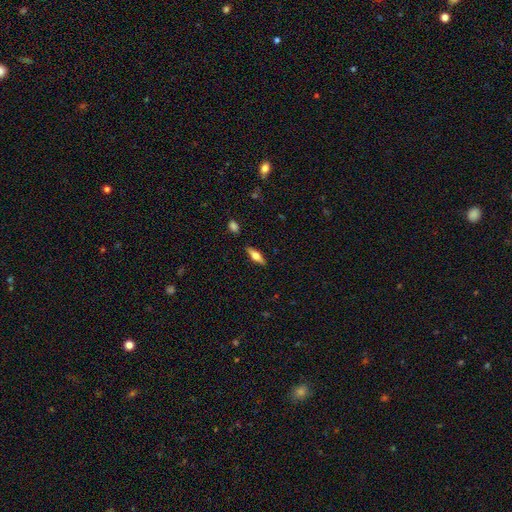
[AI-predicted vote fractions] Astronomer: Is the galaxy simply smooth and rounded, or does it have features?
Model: smooth — 47% (runner-up: featured or disk, 46%).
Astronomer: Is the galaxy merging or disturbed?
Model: none — 87%.